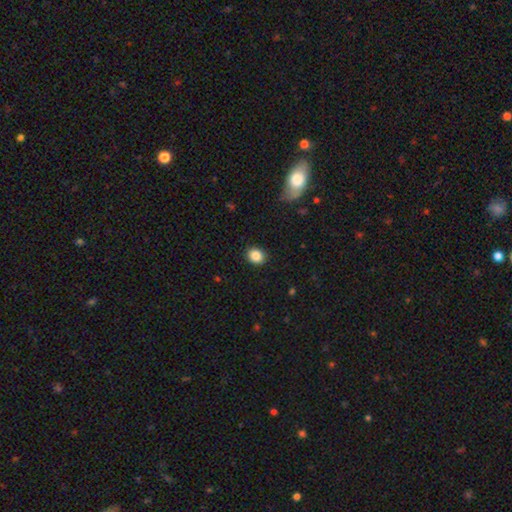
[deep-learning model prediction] A smooth galaxy with no disk features (87%) that is round (67%).

Vote fractions:
- Smooth or featured? smooth: 87% / star or artifact: 9% / featured or disk: 4%
- How rounded? round: 67% / in between: 33% / cigar-shaped: 1%
- Merging? none: 90% / minor disturbance: 7% / major disturbance: 2% / merger: 1%